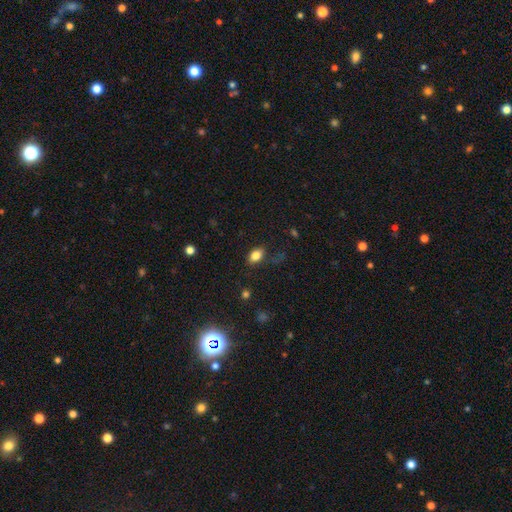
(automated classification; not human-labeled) smooth_or_featured: smooth (p=0.83) [alt: star or artifact p=0.10]
how_rounded: in between (p=0.85) [alt: round p=0.12]
merging: none (p=0.75) [alt: minor disturbance p=0.17]